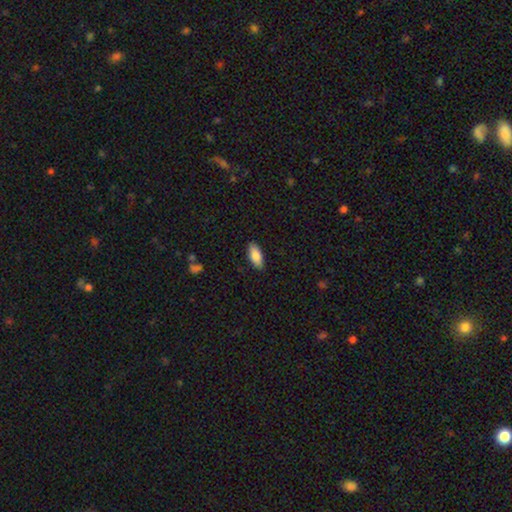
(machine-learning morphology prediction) This appears to be a smooth galaxy with no disk features (85%) that is in between round and cigar-shaped (85%). Merging: none (88%).